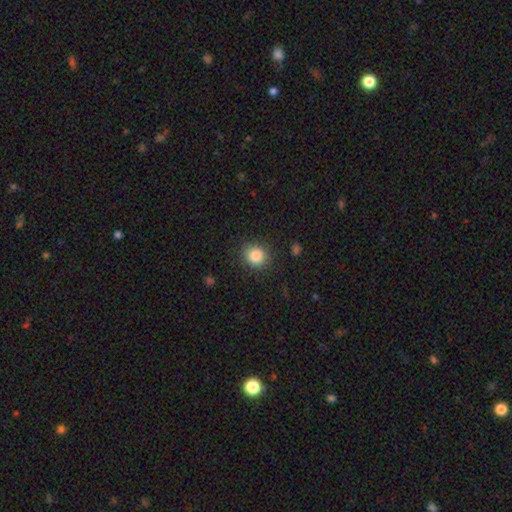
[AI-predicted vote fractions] This appears to be a smooth galaxy with no disk features (85%) that is round (85%). Merging: none (87%).